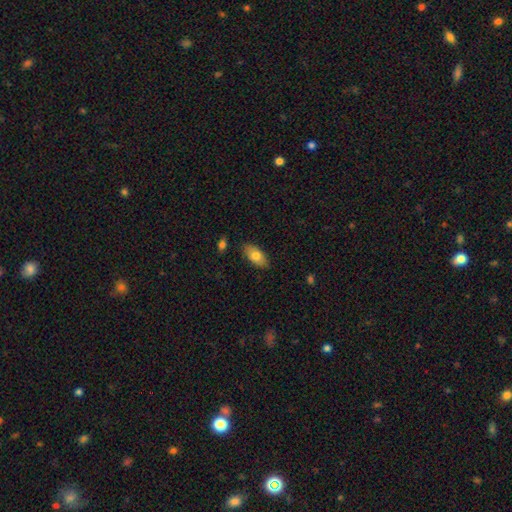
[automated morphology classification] A smooth galaxy with no disk features (76%) that is in between round and cigar-shaped (91%). Merging: none (84%).